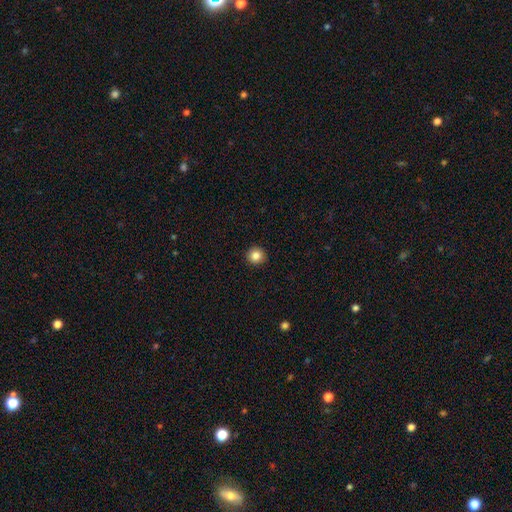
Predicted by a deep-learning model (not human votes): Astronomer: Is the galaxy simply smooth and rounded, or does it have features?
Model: smooth — 85%.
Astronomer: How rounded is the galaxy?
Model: round — 93%.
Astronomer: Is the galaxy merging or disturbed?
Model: none — 93%.